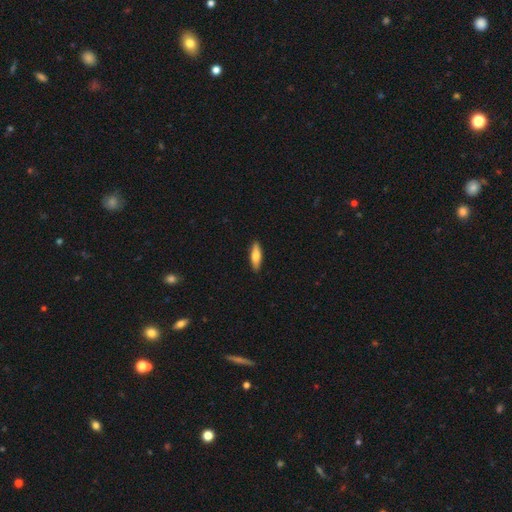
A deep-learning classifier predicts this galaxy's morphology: This is likely a smooth galaxy (74%). How rounded: possibly cigar-shaped (52%). Merging: clearly none (89%).